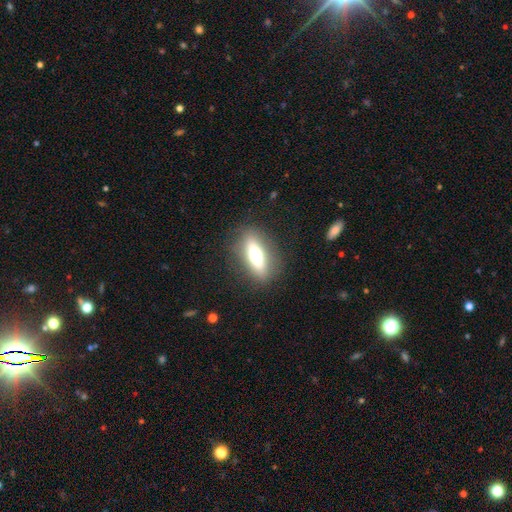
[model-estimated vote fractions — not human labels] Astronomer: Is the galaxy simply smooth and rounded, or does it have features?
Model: smooth — 50% (runner-up: featured or disk, 40%).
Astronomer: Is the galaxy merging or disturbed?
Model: none — 84%.